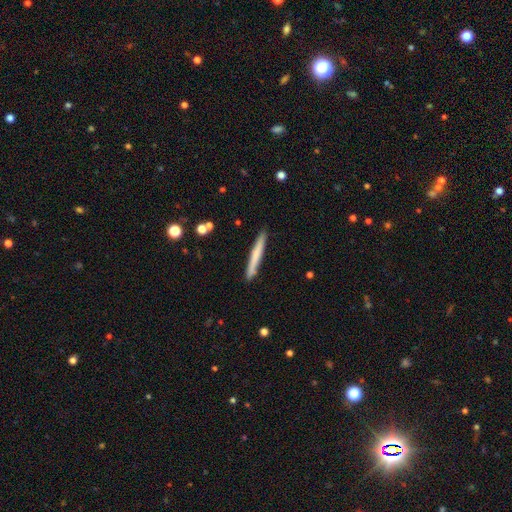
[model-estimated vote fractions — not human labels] Smooth or featured?
  - smooth: 65% *
  - featured or disk: 29%
  - star or artifact: 6%
How rounded?
  - cigar-shaped: 96% *
  - in between: 2%
  - round: 1%
Merging?
  - none: 90% *
  - minor disturbance: 7%
  - merger: 1%
  - major disturbance: 1%